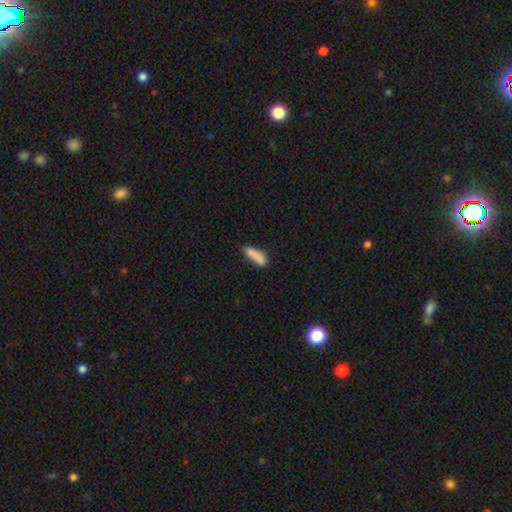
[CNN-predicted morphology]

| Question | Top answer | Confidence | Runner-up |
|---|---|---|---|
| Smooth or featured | smooth | 84% | featured or disk (8%) |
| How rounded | cigar-shaped | 63% | in between (35%) |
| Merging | none | 63% | minor disturbance (22%) |